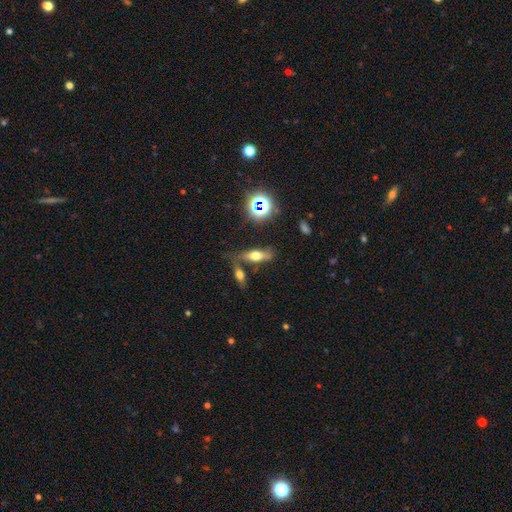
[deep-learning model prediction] smooth-or-featured: smooth: 50% | featured or disk: 34% | star or artifact: 16%
  how-rounded: in between: 54% | cigar-shaped: 41% | round: 5%
  merging: none: 59% | merger: 21% | minor disturbance: 14% | major disturbance: 6%